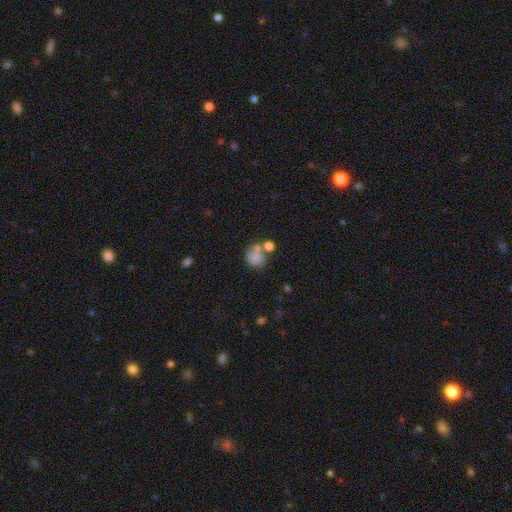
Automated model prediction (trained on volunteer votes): The model was most divided on "merging": none: 42%, merger: 36%, minor disturbance: 13%, major disturbance: 9%. More confident: how rounded — round (77%); smooth or featured — smooth (76%).